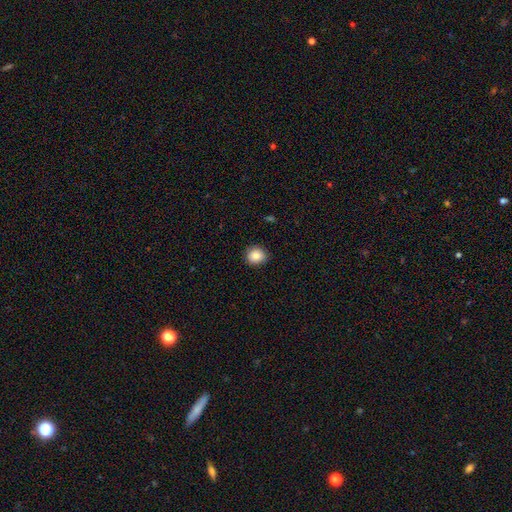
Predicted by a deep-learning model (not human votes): Smooth or featured?
  - smooth: 85% *
  - star or artifact: 9%
  - featured or disk: 6%
How rounded?
  - round: 81% *
  - in between: 18%
  - cigar-shaped: 1%
Merging?
  - none: 88% *
  - minor disturbance: 9%
  - major disturbance: 2%
  - merger: 1%